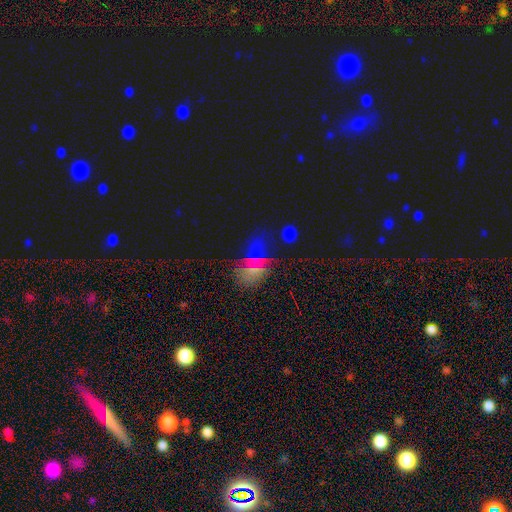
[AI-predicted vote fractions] A star or artifact, not a galaxy (60%).